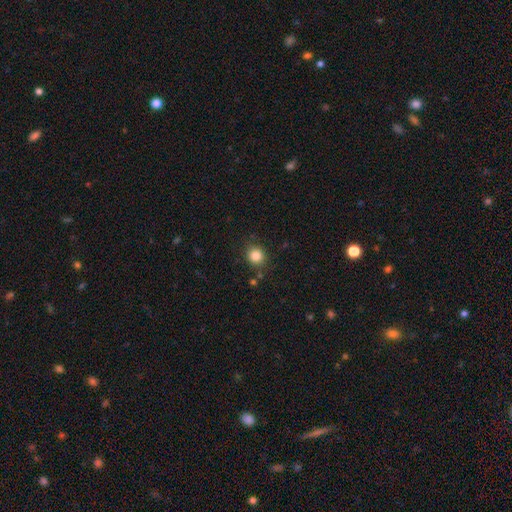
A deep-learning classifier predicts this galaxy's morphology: Smooth or featured? Predicted: smooth (p=0.84). How rounded? Predicted: round (p=0.87). Merging? Predicted: none (p=0.85).